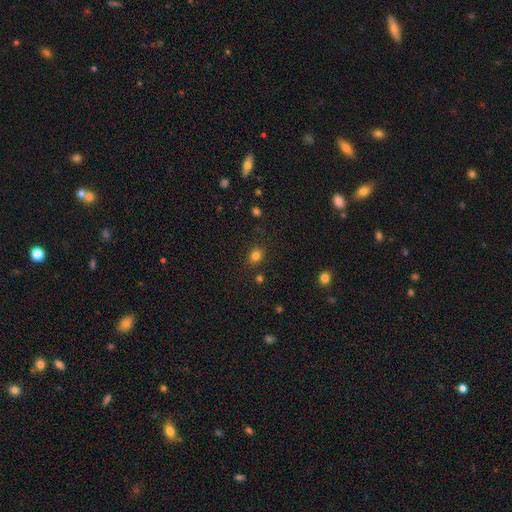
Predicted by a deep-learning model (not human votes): The model was most divided on "how rounded": round: 68%, in between: 31%, cigar-shaped: 1%. More confident: merging — none (84%); smooth or featured — smooth (80%).